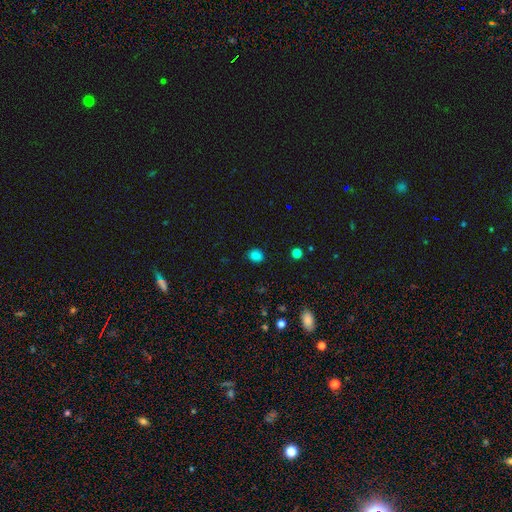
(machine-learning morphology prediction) Smooth or featured? Predicted: smooth (p=0.82). How rounded? Predicted: round (p=0.64). Merging? Predicted: none (p=0.87).